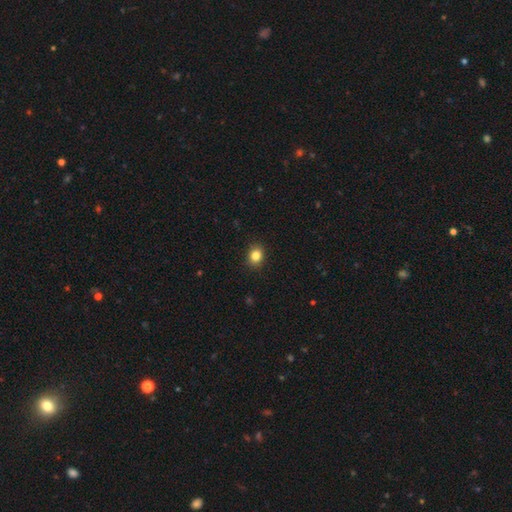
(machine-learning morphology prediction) A smooth galaxy with no disk features (83%) that is round (65%).

Vote fractions:
- Smooth or featured? smooth: 83% / star or artifact: 11% / featured or disk: 6%
- How rounded? round: 65% / in between: 34% / cigar-shaped: 1%
- Merging? none: 90% / minor disturbance: 8% / major disturbance: 2% / merger: 1%